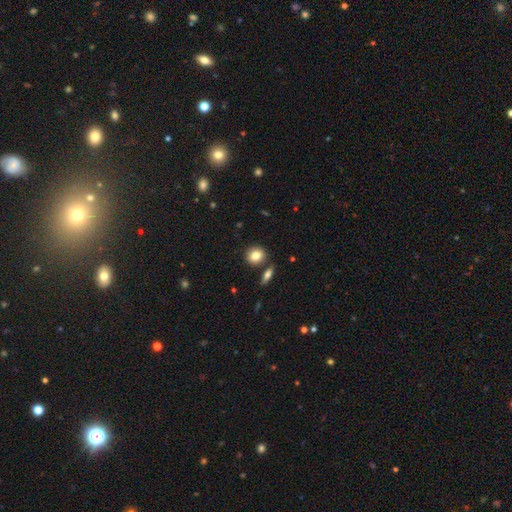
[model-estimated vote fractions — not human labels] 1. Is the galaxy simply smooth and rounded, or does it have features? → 83% smooth, 9% featured or disk, 8% star or artifact.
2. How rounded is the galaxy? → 72% round, 26% in between, 2% cigar-shaped.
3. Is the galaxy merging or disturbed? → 81% none, 9% minor disturbance, 8% merger, 2% major disturbance.